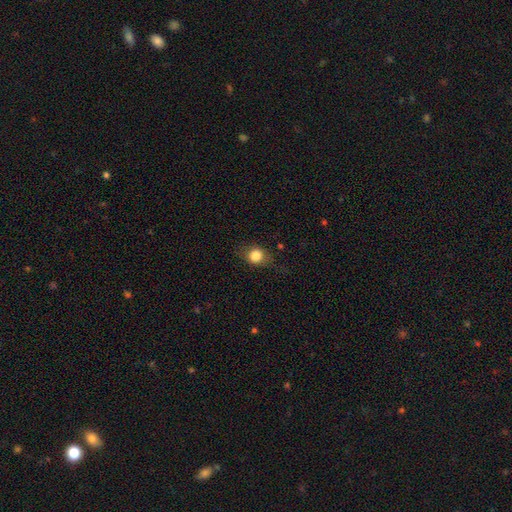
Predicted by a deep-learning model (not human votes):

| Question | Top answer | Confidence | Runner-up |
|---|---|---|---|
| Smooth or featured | smooth | 79% | featured or disk (11%) |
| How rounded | round | 71% | in between (27%) |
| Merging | none | 75% | minor disturbance (17%) |